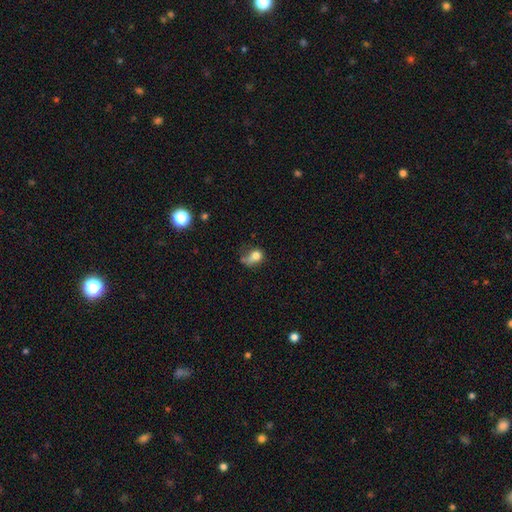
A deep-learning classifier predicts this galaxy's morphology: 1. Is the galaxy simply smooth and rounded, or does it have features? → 72% smooth, 15% featured or disk, 13% star or artifact.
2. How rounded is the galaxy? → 50% round, 48% in between, 2% cigar-shaped.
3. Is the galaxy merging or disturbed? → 29% major disturbance, 28% none, 26% minor disturbance, 18% merger.